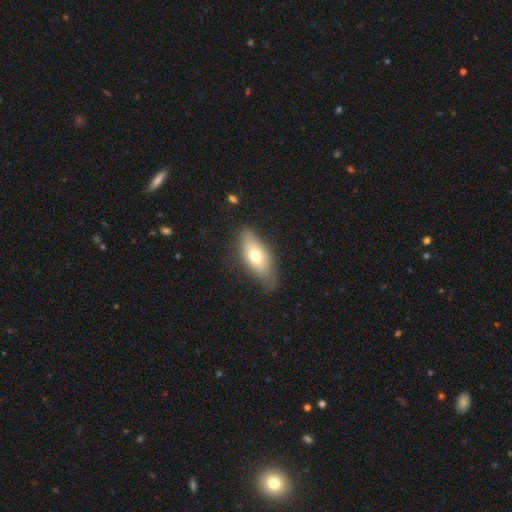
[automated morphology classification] Smooth or featured? Predicted: smooth (p=0.67). How rounded? Predicted: in between (p=0.81). Merging? Predicted: none (p=0.65).